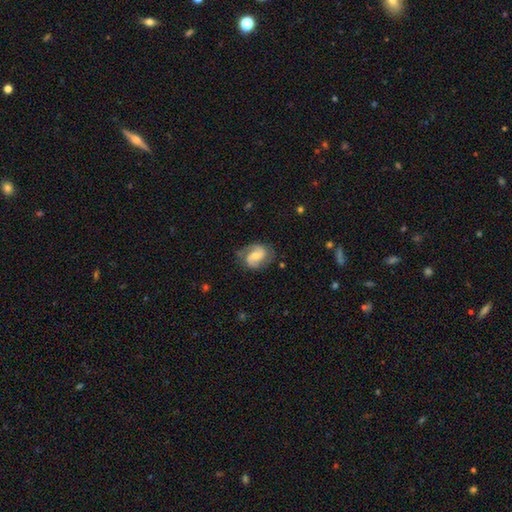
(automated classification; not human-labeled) Smooth or featured?
  - featured or disk: 77% *
  - smooth: 17%
  - star or artifact: 6%
Edge-on disk?
  - no: 98% *
  - yes: 2%
Bar?
  - no: 46% *
  - weak: 42%
  - strong: 13%
Spiral arms?
  - yes: 95% *
  - no: 5%
Spiral winding?
  - medium: 49% *
  - tight: 27%
  - loose: 24%
Spiral arm count?
  - 2: 87% *
  - can't tell: 5%
  - 1: 4%
  - 3: 2%
  - 4: 1%
  - more than 4: 1%
Bulge size?
  - moderate: 50% *
  - small: 43%
  - large: 3%
  - none: 3%
  - dominant: 1%
Merging?
  - none: 72% *
  - minor disturbance: 19%
  - major disturbance: 7%
  - merger: 1%